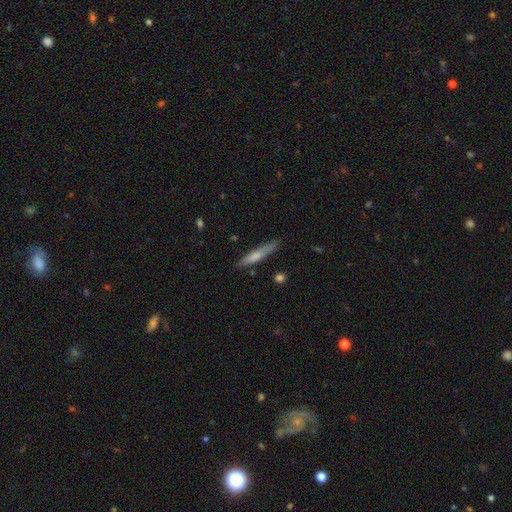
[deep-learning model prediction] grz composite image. It shows a smooth galaxy with no disk features (64%) that is cigar-shaped (92%). Merging: none (81%).